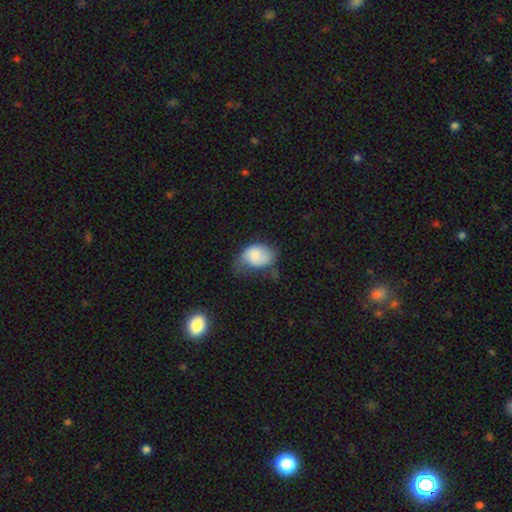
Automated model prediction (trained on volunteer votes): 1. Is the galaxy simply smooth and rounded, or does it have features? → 76% smooth, 16% featured or disk, 7% star or artifact.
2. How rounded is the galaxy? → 74% in between, 24% round, 1% cigar-shaped.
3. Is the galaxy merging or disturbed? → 41% minor disturbance, 28% major disturbance, 26% none, 5% merger.